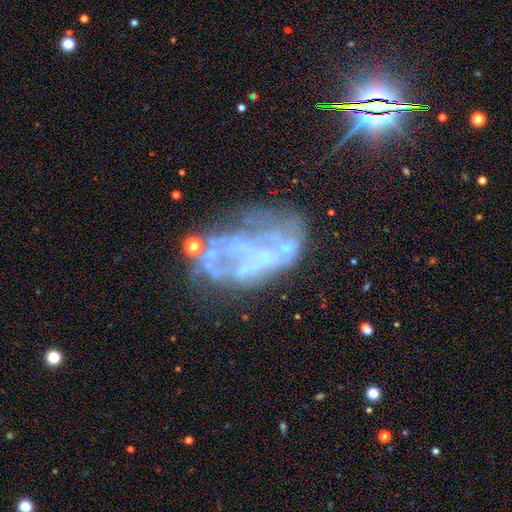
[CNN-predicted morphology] This appears to be a featured or disk galaxy (69%) with no bar (86%), no spiral arms (80%) and no central bulge (70%). Merging: none (34%).